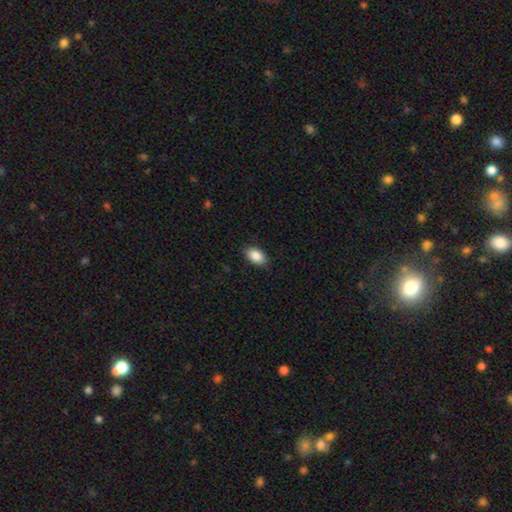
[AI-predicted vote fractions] smooth-or-featured: smooth: 89% | star or artifact: 7% | featured or disk: 4%
  how-rounded: in between: 91% | round: 7% | cigar-shaped: 2%
  merging: none: 88% | minor disturbance: 9% | major disturbance: 2% | merger: 1%